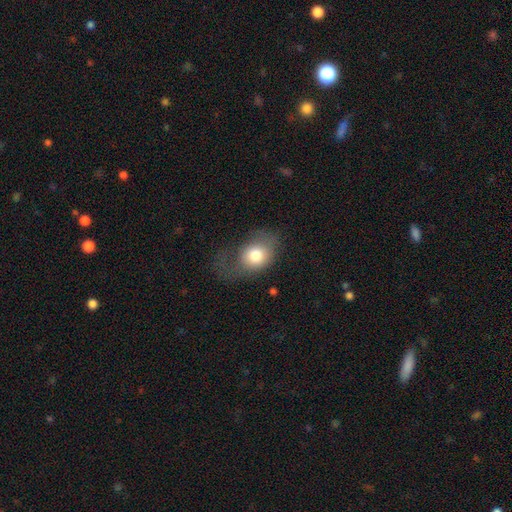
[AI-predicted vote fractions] Overall: smooth (76%). How rounded: in between (64%; round 35%). Merging: none (38%; major disturbance 33%).